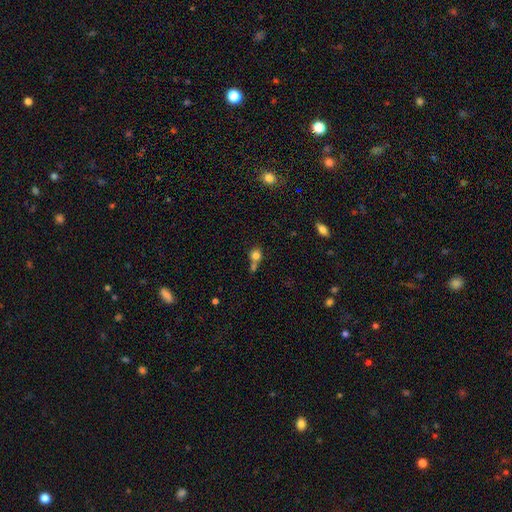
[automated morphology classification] Q: Smooth or featured?
A: smooth (79%); runner-up: star or artifact (12%)
Q: How rounded?
A: round (80%); runner-up: in between (18%)
Q: Merging?
A: none (45%); runner-up: merger (40%)